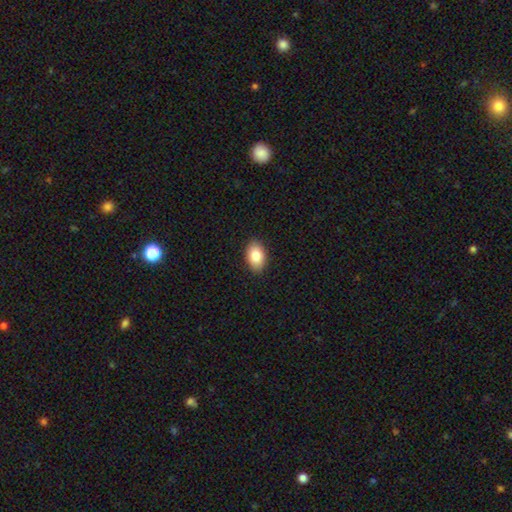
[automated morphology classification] Smooth or featured? smooth (84%)
How rounded? in between (90%)
Merging? none (89%)